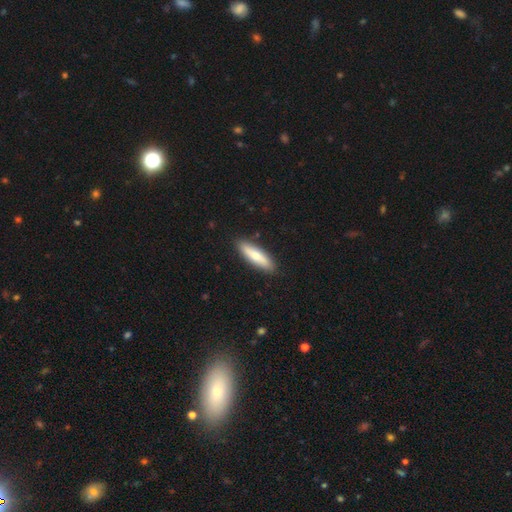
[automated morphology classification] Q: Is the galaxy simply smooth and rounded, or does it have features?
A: smooth — 68%.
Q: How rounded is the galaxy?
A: cigar-shaped — 66%.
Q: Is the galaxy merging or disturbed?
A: none — 89%.